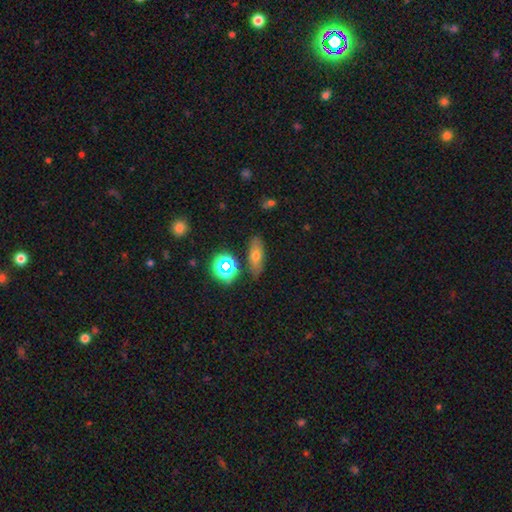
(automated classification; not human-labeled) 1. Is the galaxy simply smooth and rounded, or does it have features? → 61% smooth, 22% featured or disk, 17% star or artifact.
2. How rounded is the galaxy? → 63% in between, 27% cigar-shaped, 10% round.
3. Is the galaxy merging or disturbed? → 82% none, 12% minor disturbance, 3% merger, 3% major disturbance.